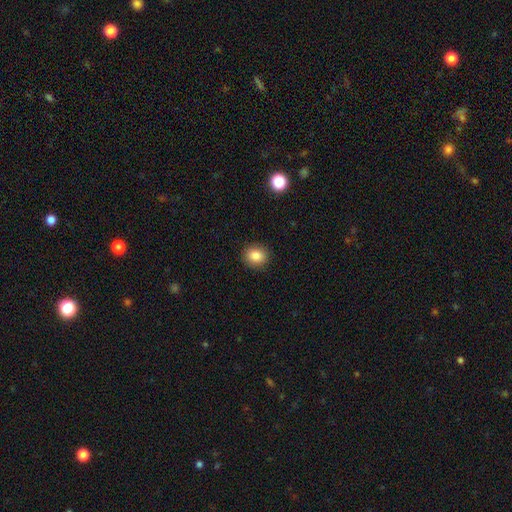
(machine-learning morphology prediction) Smooth or featured: smooth — 85% (star or artifact — 10%)
How rounded: round — 75% (in between — 24%)
Merging: none — 90% (minor disturbance — 7%)